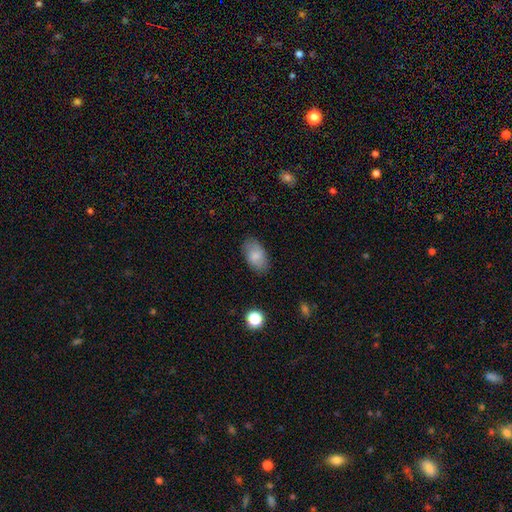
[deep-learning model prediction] Smooth or featured? Predicted: smooth (p=0.82). How rounded? Predicted: in between (p=0.94). Merging? Predicted: none (p=0.82).